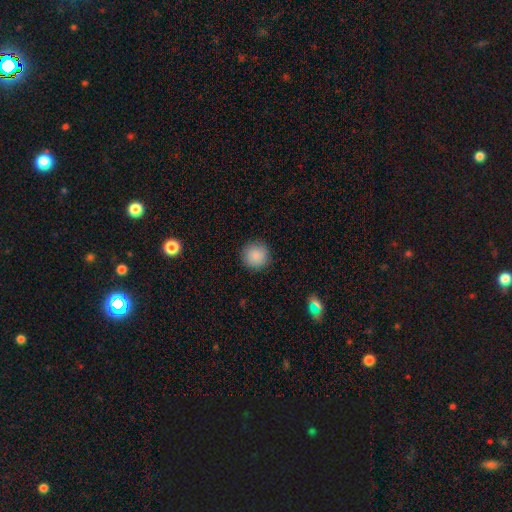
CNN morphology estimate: This appears to be a smooth galaxy with no disk features (88%) that is round (95%). Merging: none (90%).